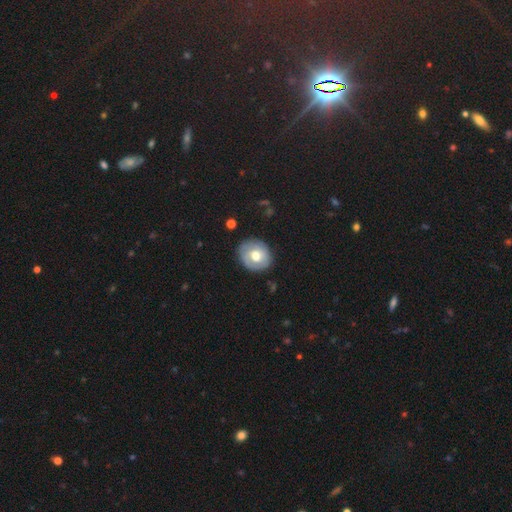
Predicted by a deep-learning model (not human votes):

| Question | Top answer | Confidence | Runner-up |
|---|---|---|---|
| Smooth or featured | featured or disk | 49% | smooth (44%) |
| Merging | none | 77% | minor disturbance (17%) |